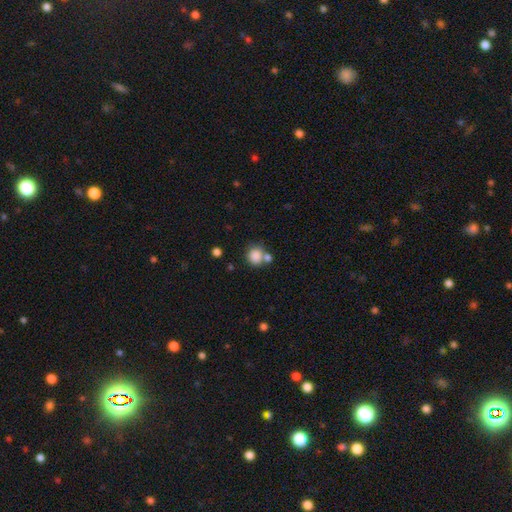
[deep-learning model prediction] The model was most divided on "merging": none: 58%, merger: 27%, minor disturbance: 11%, major disturbance: 4%. More confident: smooth or featured — smooth (85%); how rounded — round (83%).